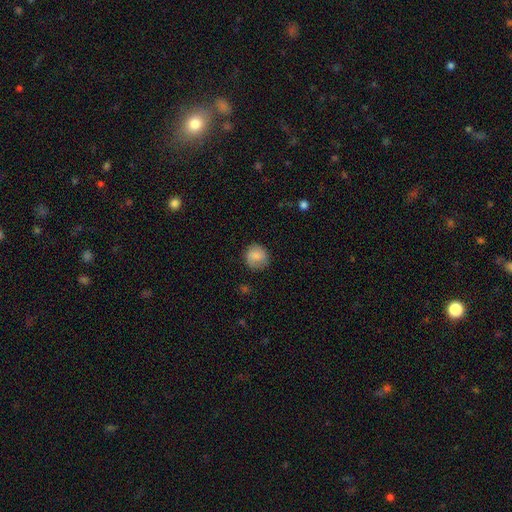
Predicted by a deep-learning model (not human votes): The model was most divided on "smooth or featured": smooth: 79%, featured or disk: 14%, star or artifact: 8%. More confident: how rounded — round (87%); merging — none (80%).